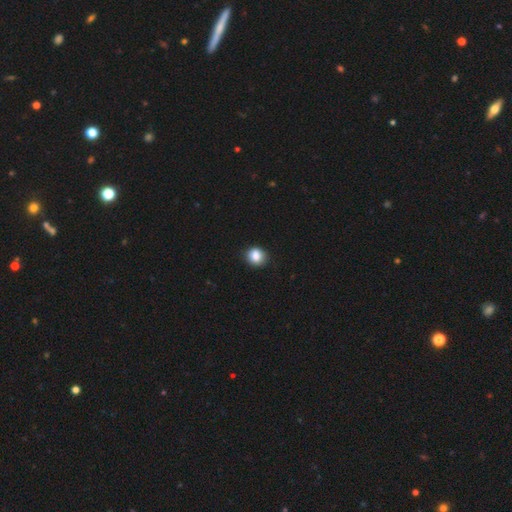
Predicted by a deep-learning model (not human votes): Smooth or featured? smooth (85%)
How rounded? round (74%)
Merging? none (86%)